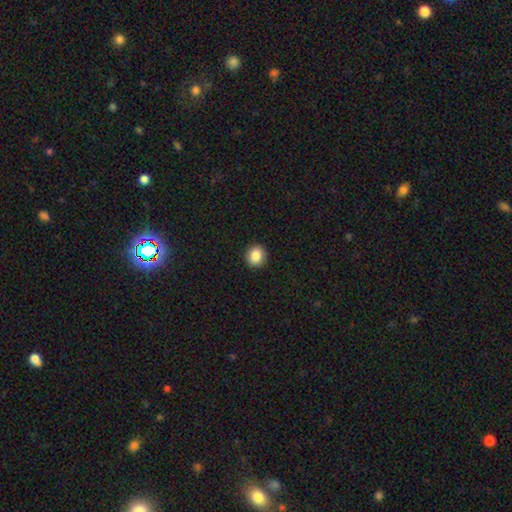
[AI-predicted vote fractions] smooth_or_featured: smooth (p=0.86) [alt: star or artifact p=0.09]
how_rounded: round (p=0.84) [alt: in between p=0.15]
merging: none (p=0.92) [alt: minor disturbance p=0.05]